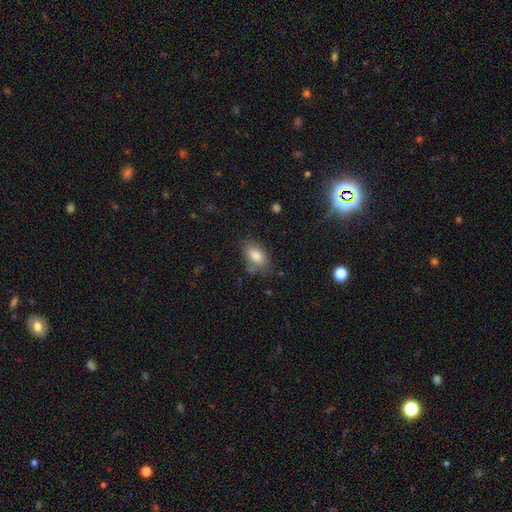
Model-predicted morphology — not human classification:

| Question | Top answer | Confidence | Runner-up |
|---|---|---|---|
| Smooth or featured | smooth | 82% | featured or disk (9%) |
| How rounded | in between | 89% | round (9%) |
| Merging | none | 72% | minor disturbance (19%) |